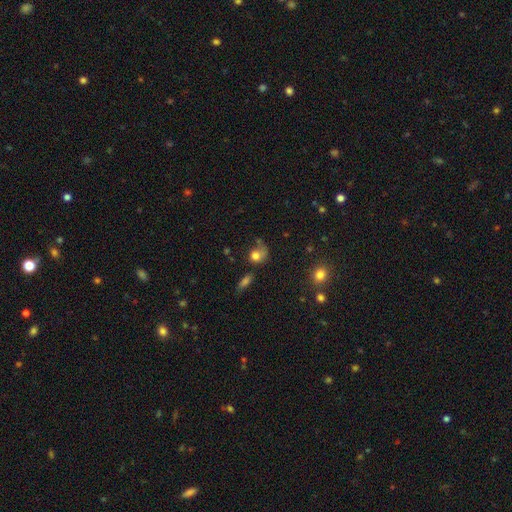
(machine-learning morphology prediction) smooth 71%, featured or disk 17%, star or artifact 12%. Down the decision tree: how rounded — round (62%); merging — none (34%).